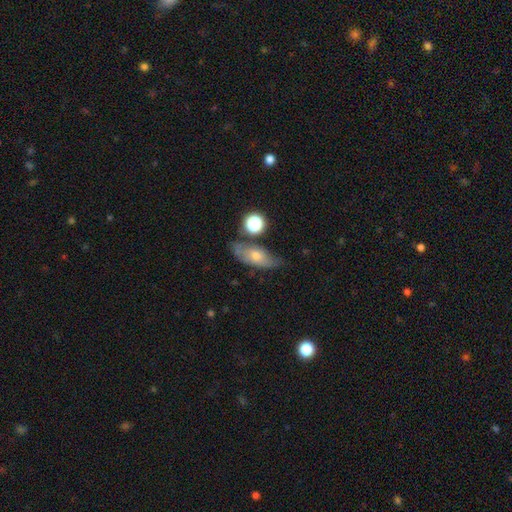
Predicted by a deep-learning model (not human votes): Smooth or featured? Predicted: smooth (p=0.52). How rounded? Predicted: in between (p=0.72). Merging? Predicted: none (p=0.57).